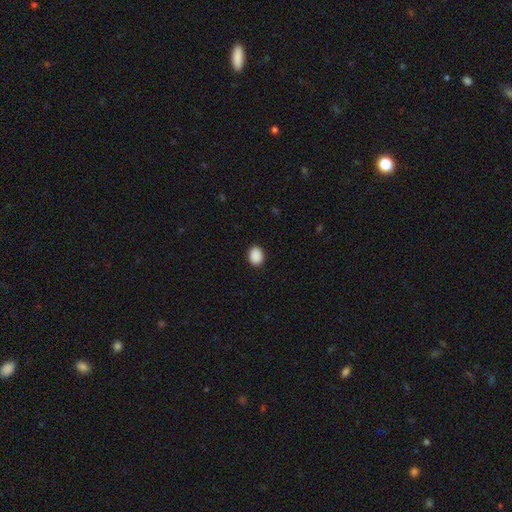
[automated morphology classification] type=smooth (90%); roundness=in between (53%); merging=none (91%).